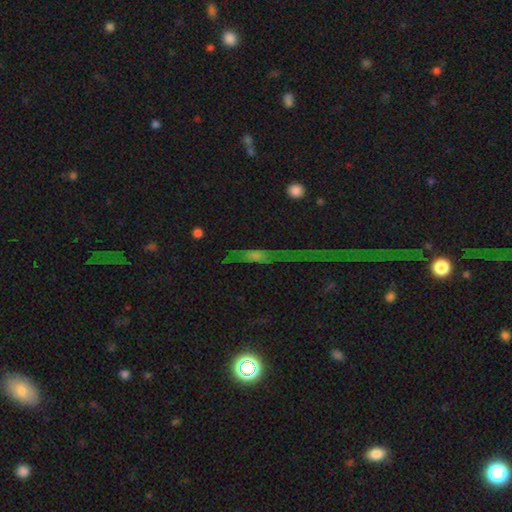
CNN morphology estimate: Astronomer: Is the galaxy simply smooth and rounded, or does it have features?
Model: featured or disk — 36% (runner-up: star or artifact, 33%).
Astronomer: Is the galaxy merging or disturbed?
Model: none — 64%.